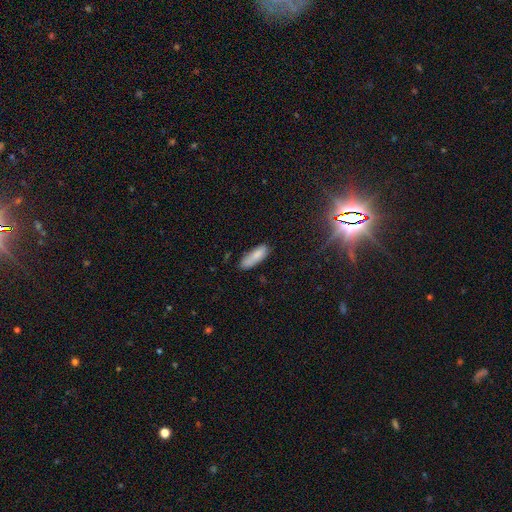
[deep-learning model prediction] A smooth galaxy with no disk features (83%) that is in between round and cigar-shaped (60%).

Vote fractions:
- Smooth or featured? smooth: 83% / featured or disk: 10% / star or artifact: 7%
- How rounded? in between: 60% / cigar-shaped: 38% / round: 2%
- Merging? none: 67% / minor disturbance: 24% / major disturbance: 5% / merger: 4%